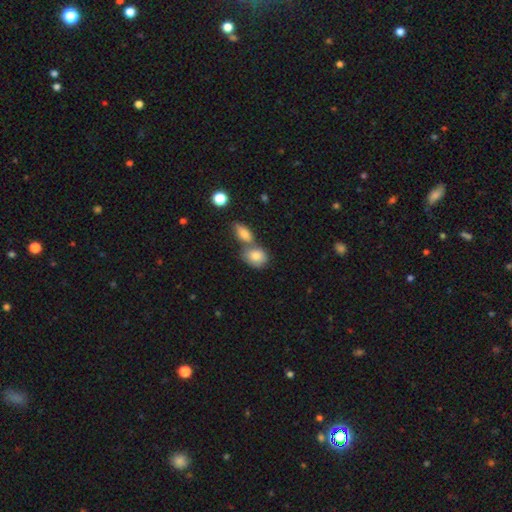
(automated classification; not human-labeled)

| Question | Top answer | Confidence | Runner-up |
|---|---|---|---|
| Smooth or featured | smooth | 81% | featured or disk (12%) |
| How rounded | in between | 51% | round (47%) |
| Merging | none | 43% | tied: merger (43%) |